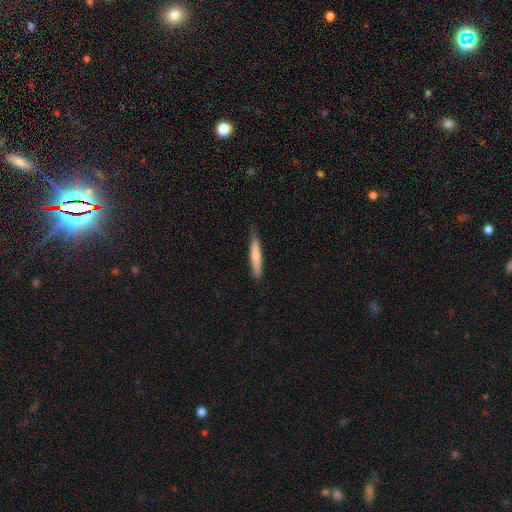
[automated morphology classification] Overall: smooth (70%). How rounded: cigar-shaped (94%). Merging: none (80%).